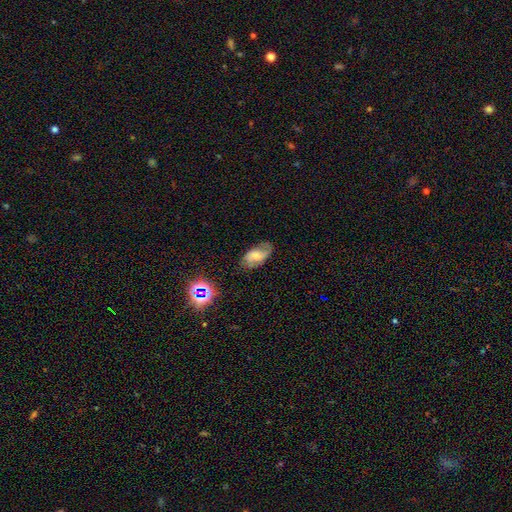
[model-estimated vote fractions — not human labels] Smooth or featured: smooth — 50% (featured or disk — 37%)
Merging: none — 67% (minor disturbance — 23%)